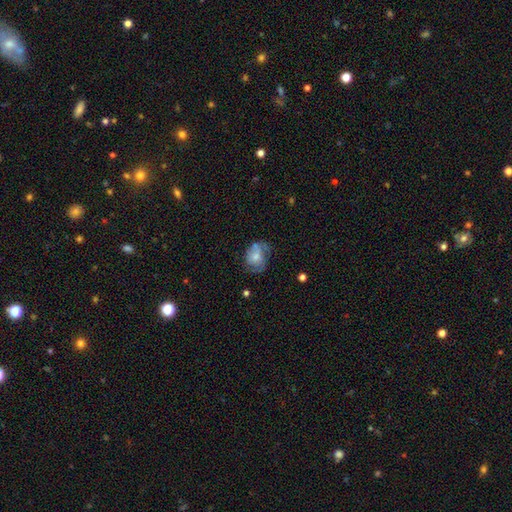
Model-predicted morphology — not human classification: Smooth or featured?
  - smooth: 50% *
  - featured or disk: 41%
  - star or artifact: 8%
How rounded?
  - in between: 53% *
  - round: 46%
  - cigar-shaped: 1%
Merging?
  - none: 41% *
  - minor disturbance: 30%
  - major disturbance: 21%
  - merger: 7%